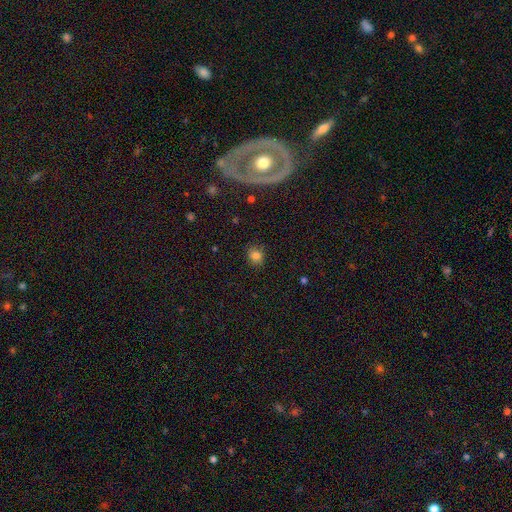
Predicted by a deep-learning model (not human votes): smooth_or_featured: smooth (p=0.80) [alt: star or artifact p=0.13]
how_rounded: round (p=0.75) [alt: in between p=0.23]
merging: none (p=0.83) [alt: minor disturbance p=0.13]